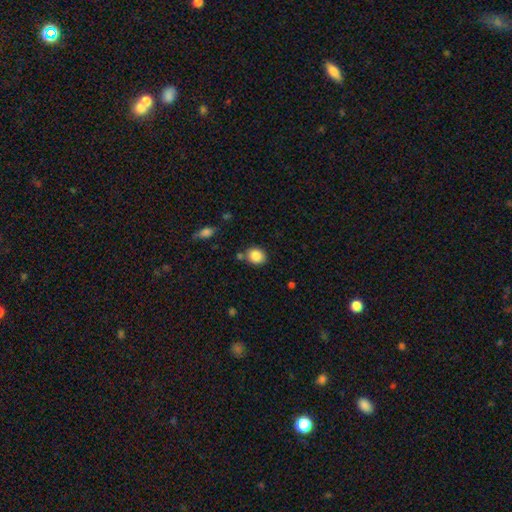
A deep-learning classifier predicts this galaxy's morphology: Smooth or featured? smooth (86%)
How rounded? round (62%)
Merging? none (76%)